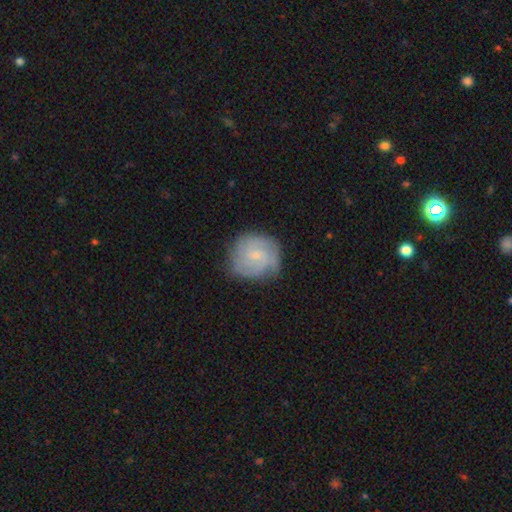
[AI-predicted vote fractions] Morphology: type=featured or disk (66%); edge-on=no (98%); bar=no (60%); spiral arms=yes (91%); winding=tight (62%); arm count=can't tell (38%); bulge=small (70%); merging=none (72%).